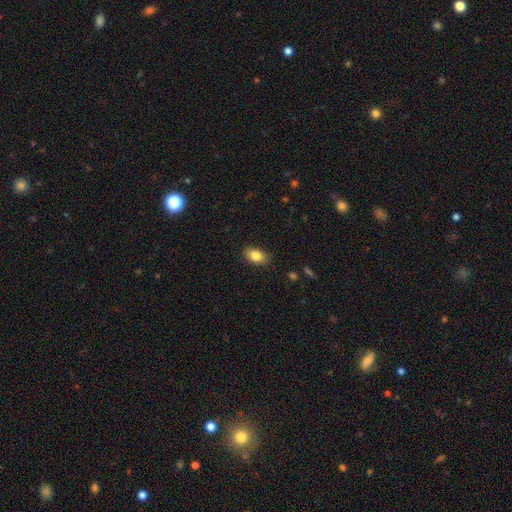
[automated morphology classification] Smooth or featured? Predicted: smooth (p=0.84). How rounded? Predicted: in between (p=0.88). Merging? Predicted: none (p=0.87).